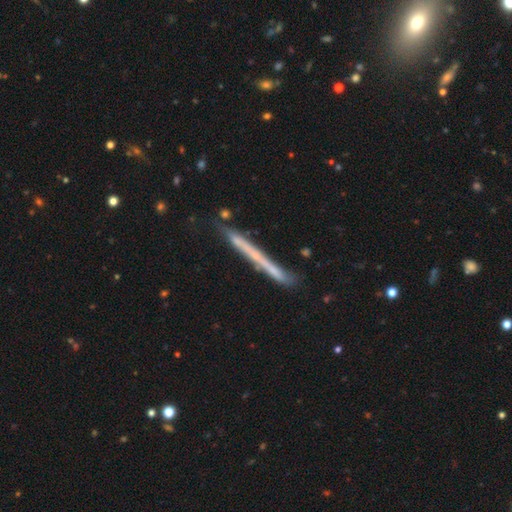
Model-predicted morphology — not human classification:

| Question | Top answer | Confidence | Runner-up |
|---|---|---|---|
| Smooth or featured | featured or disk | 52% | smooth (41%) |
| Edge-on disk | yes | 94% | no (6%) |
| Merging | none | 79% | minor disturbance (15%) |